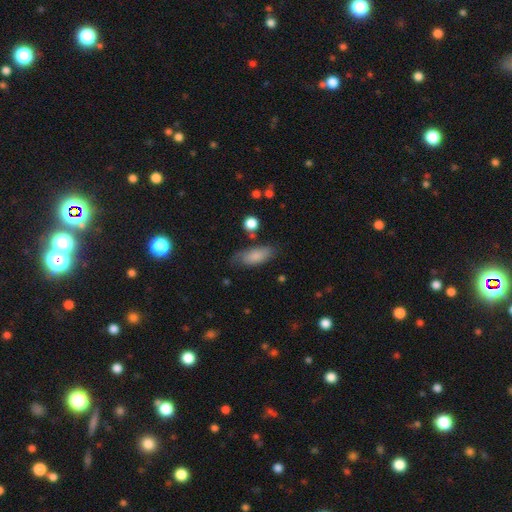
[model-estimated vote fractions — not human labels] smooth 79%, featured or disk 14%, star or artifact 7%. Down the decision tree: how rounded — in between (79%); merging — none (66%).